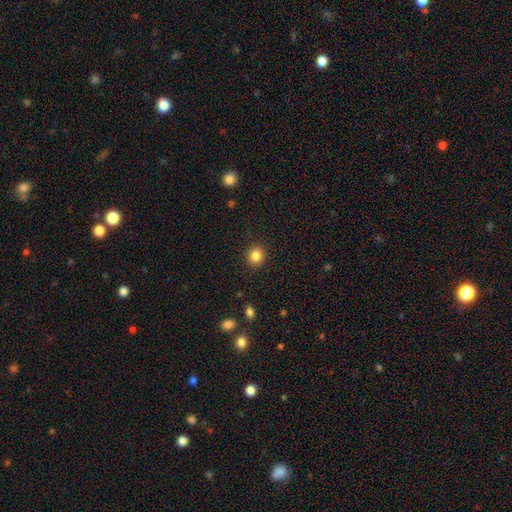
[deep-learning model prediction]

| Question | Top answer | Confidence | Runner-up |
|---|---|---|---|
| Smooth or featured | smooth | 85% | star or artifact (11%) |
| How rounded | round | 87% | in between (12%) |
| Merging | none | 91% | minor disturbance (5%) |